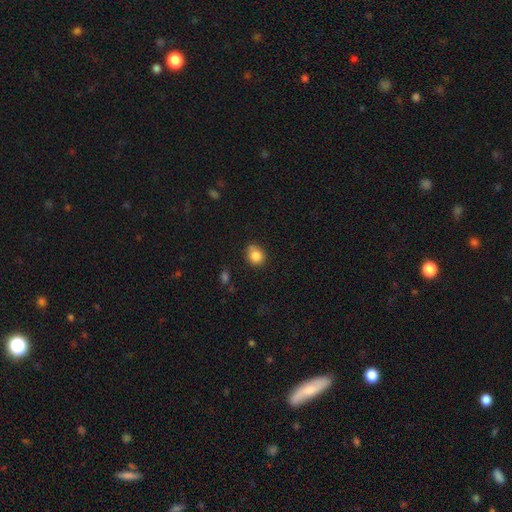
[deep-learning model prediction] A smooth galaxy with no disk features (84%) that is round (68%).

Vote fractions:
- Smooth or featured? smooth: 84% / star or artifact: 10% / featured or disk: 6%
- How rounded? round: 68% / in between: 31% / cigar-shaped: 1%
- Merging? none: 64% / minor disturbance: 26% / major disturbance: 5% / merger: 5%